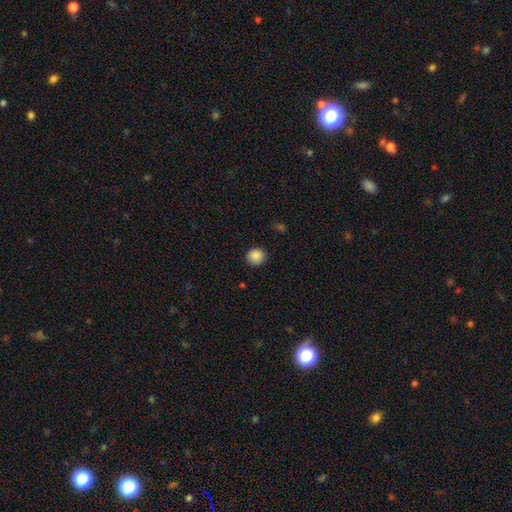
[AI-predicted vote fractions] The model was most divided on "how rounded": round: 89%, in between: 10%, cigar-shaped: 1%. More confident: merging — none (89%); smooth or featured — smooth (88%).